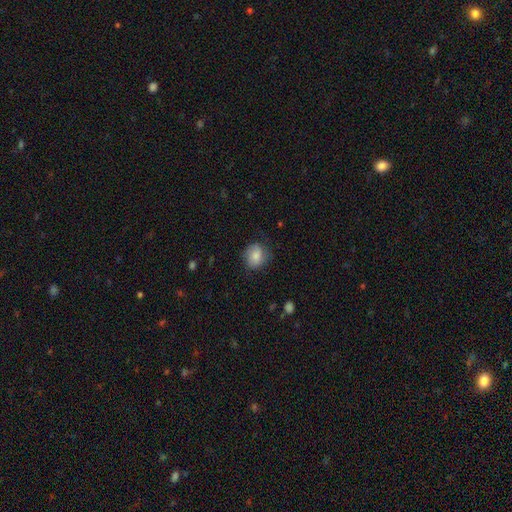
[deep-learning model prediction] The model was most divided on "how rounded": round: 70%, in between: 29%, cigar-shaped: 1%. More confident: smooth or featured — smooth (78%); merging — none (71%).